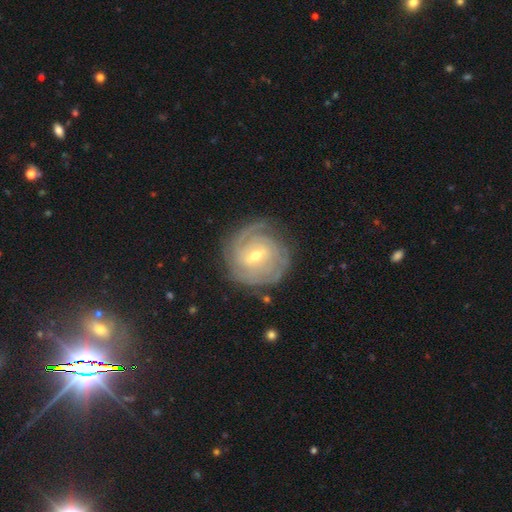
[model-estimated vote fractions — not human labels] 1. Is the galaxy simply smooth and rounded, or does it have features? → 86% featured or disk, 9% smooth, 5% star or artifact.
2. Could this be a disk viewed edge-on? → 97% no, 3% yes.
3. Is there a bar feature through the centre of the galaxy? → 56% weak, 26% strong, 18% no.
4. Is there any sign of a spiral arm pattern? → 96% yes, 4% no.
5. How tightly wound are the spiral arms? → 79% tight, 18% medium, 4% loose.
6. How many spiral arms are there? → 32% can't tell, 23% 3, 22% 2, 12% 4, 6% 1, 6% more than 4.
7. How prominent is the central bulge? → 56% moderate, 40% small, 2% large, 1% none, 1% dominant.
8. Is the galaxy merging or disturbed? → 79% none, 14% minor disturbance, 5% major disturbance, 1% merger.